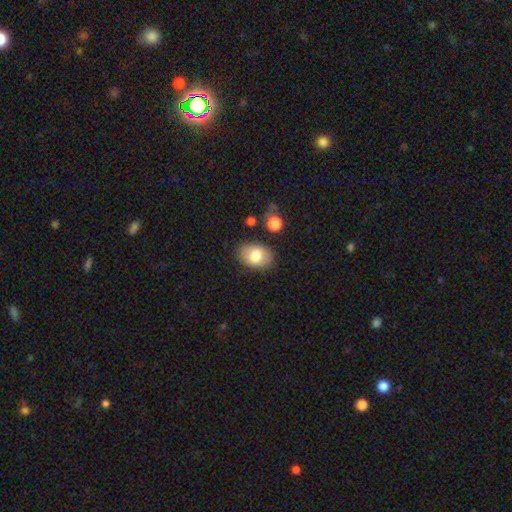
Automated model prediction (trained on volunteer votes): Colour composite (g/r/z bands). It shows a smooth galaxy with no disk features (77%) that is in between round and cigar-shaped (81%). Merging: none (81%).